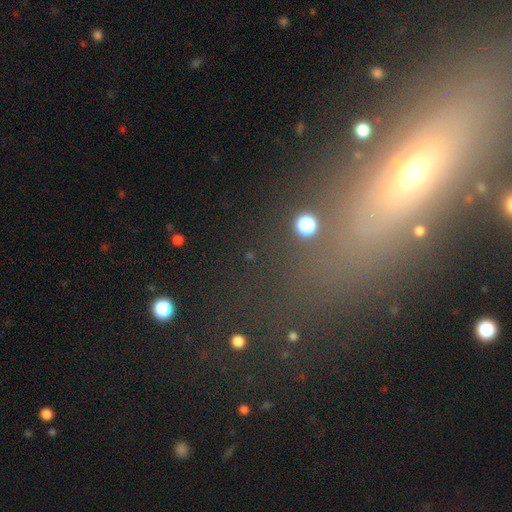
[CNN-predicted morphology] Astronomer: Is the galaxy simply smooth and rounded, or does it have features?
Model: star or artifact — 39% (runner-up: smooth, 35%).